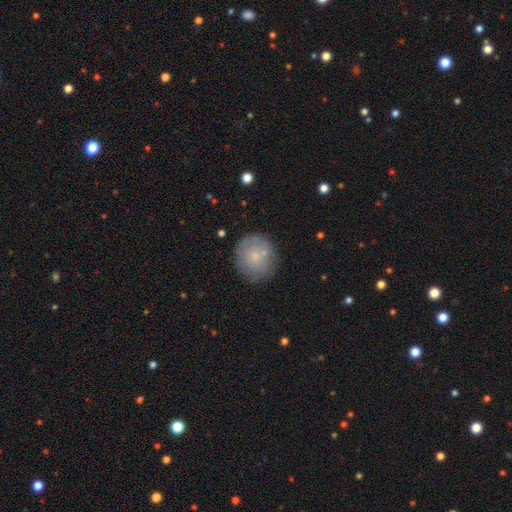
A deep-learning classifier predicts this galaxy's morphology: Smooth or featured?
  - smooth: 62% *
  - featured or disk: 30%
  - star or artifact: 8%
How rounded?
  - round: 87% *
  - in between: 12%
  - cigar-shaped: 1%
Merging?
  - none: 72% *
  - minor disturbance: 17%
  - major disturbance: 6%
  - merger: 5%